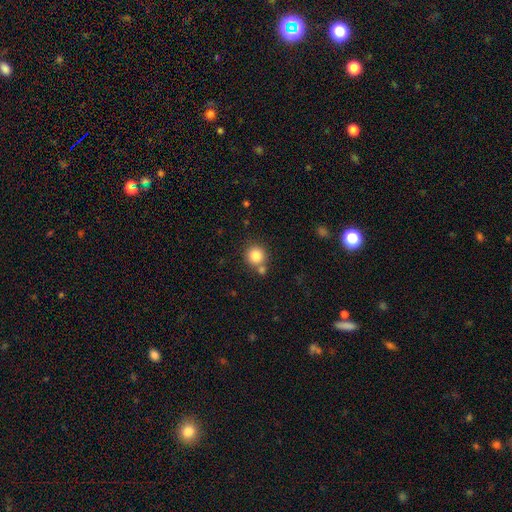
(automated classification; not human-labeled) Smooth or featured?
  - smooth: 84% *
  - star or artifact: 10%
  - featured or disk: 6%
How rounded?
  - round: 92% *
  - in between: 7%
  - cigar-shaped: 1%
Merging?
  - none: 69% *
  - merger: 19%
  - minor disturbance: 9%
  - major disturbance: 3%